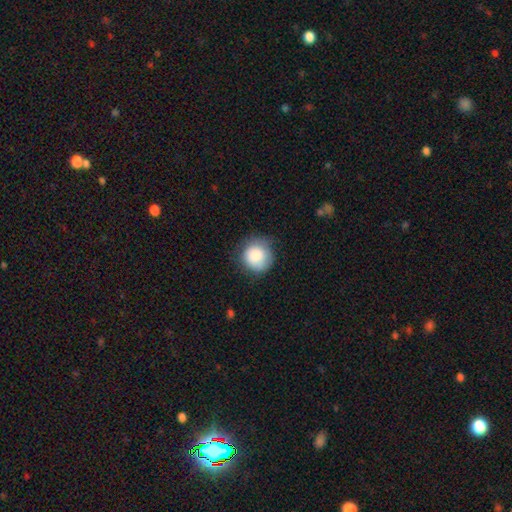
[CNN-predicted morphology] Q: Smooth or featured?
A: smooth (83%); runner-up: featured or disk (9%)
Q: How rounded?
A: round (92%); runner-up: in between (7%)
Q: Merging?
A: none (70%); runner-up: minor disturbance (22%)